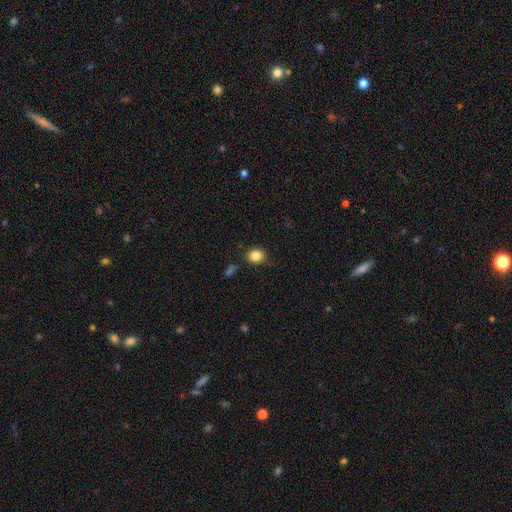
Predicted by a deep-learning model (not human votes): Q: Smooth or featured?
A: smooth (84%); runner-up: star or artifact (10%)
Q: How rounded?
A: round (73%); runner-up: in between (26%)
Q: Merging?
A: none (77%); runner-up: minor disturbance (16%)